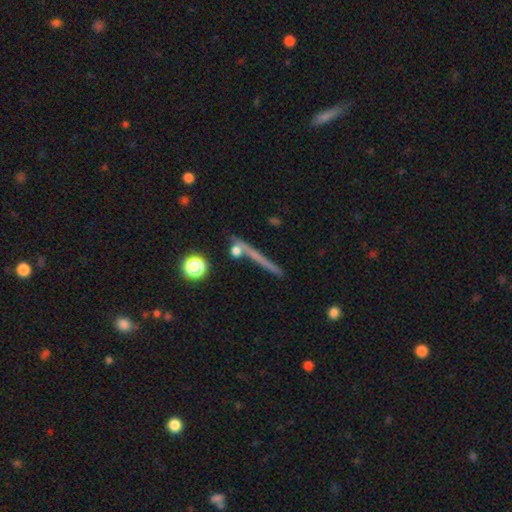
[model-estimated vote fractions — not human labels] Q: Smooth or featured?
A: featured or disk (46%); runner-up: smooth (41%)
Q: Merging?
A: none (80%); runner-up: minor disturbance (9%)